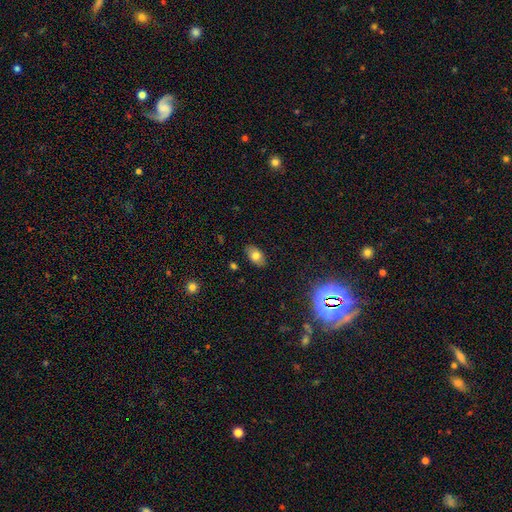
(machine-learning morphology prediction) smooth 75%, featured or disk 14%, star or artifact 11%. Down the decision tree: how rounded — in between (90%); merging — none (85%).